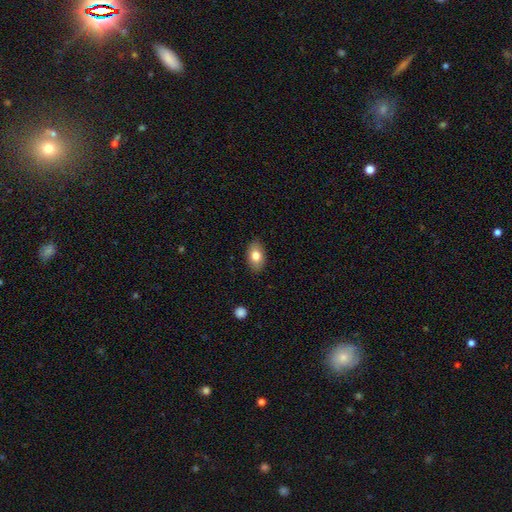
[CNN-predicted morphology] smooth 79%, featured or disk 13%, star or artifact 8%. Down the decision tree: how rounded — in between (89%); merging — none (87%).